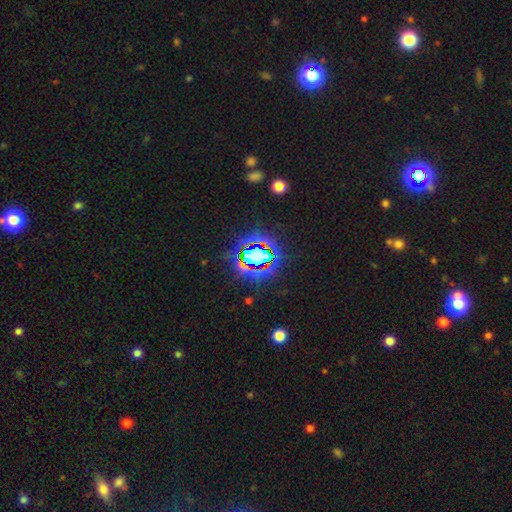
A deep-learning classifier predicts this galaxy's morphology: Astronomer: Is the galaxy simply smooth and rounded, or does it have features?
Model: star or artifact — 72%.